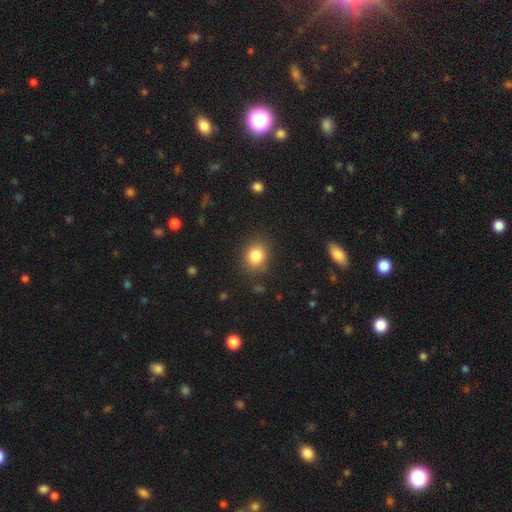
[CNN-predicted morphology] The model was most divided on "how rounded": round: 69%, in between: 30%, cigar-shaped: 1%. More confident: smooth or featured — smooth (84%); merging — none (84%).